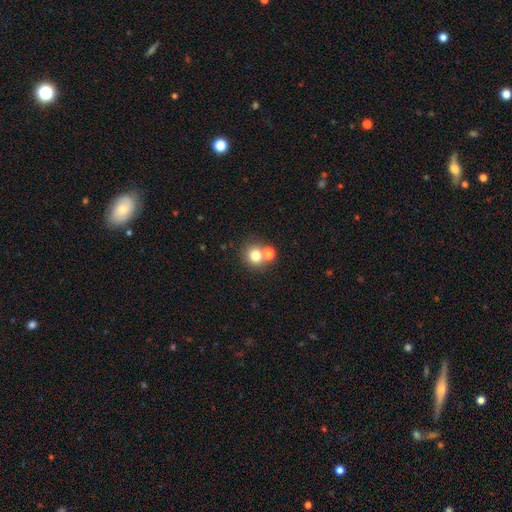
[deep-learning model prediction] A smooth galaxy with no disk features (75%) that is round (86%).

Vote fractions:
- Smooth or featured? smooth: 75% / star or artifact: 14% / featured or disk: 11%
- How rounded? round: 86% / in between: 13% / cigar-shaped: 1%
- Merging? none: 56% / merger: 35% / minor disturbance: 7% / major disturbance: 3%